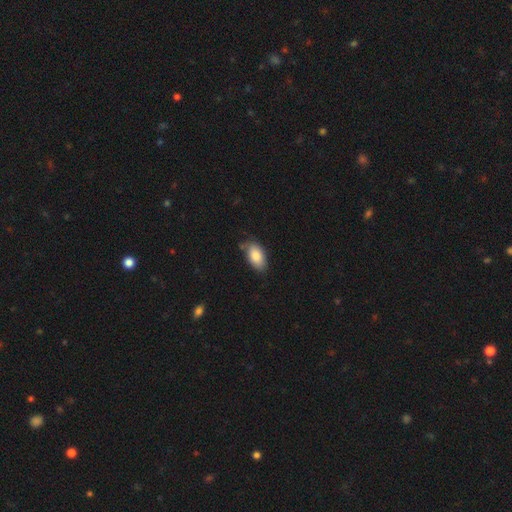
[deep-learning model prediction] smooth-or-featured: smooth: 84% | featured or disk: 9% | star or artifact: 7%
  how-rounded: in between: 93% | round: 4% | cigar-shaped: 2%
  merging: none: 70% | minor disturbance: 23% | major disturbance: 4% | merger: 3%